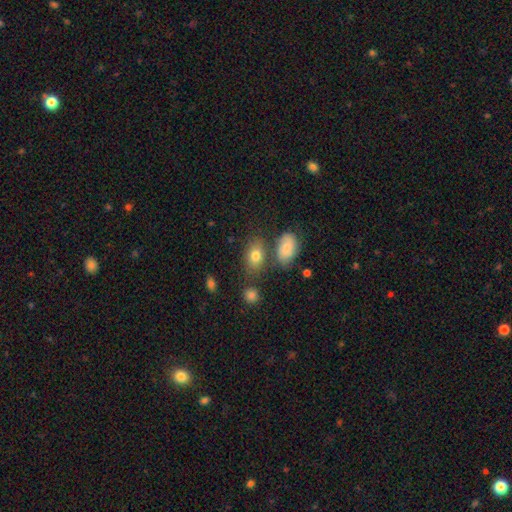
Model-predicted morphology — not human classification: Smooth or featured?
  - smooth: 78% *
  - featured or disk: 12%
  - star or artifact: 11%
How rounded?
  - in between: 82% *
  - round: 16%
  - cigar-shaped: 2%
Merging?
  - none: 67% *
  - minor disturbance: 15%
  - merger: 13%
  - major disturbance: 5%